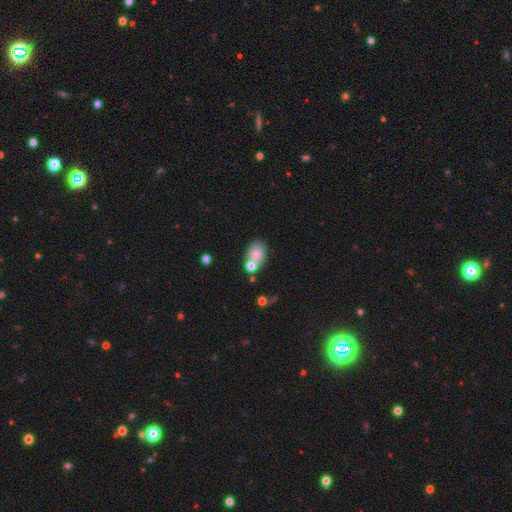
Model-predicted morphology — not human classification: Smooth or featured?
  - smooth: 76% *
  - featured or disk: 14%
  - star or artifact: 9%
How rounded?
  - in between: 70% *
  - round: 29%
  - cigar-shaped: 1%
Merging?
  - none: 48% *
  - merger: 34%
  - minor disturbance: 13%
  - major disturbance: 5%